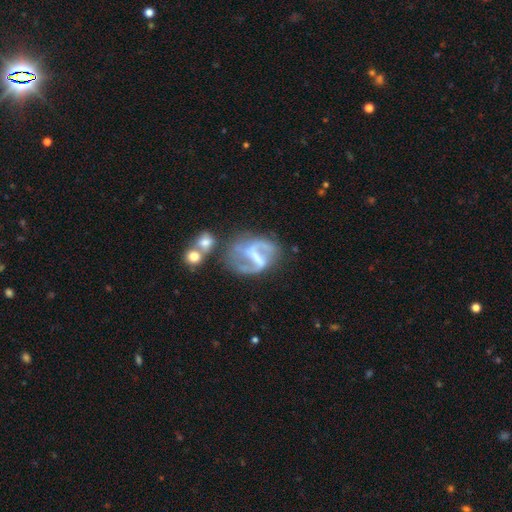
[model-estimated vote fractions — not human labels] Q: Smooth or featured?
A: featured or disk (82%); runner-up: smooth (11%)
Q: Edge-on disk?
A: no (97%); runner-up: yes (3%)
Q: Bar?
A: strong (51%); runner-up: weak (35%)
Q: Spiral arms?
A: yes (85%); runner-up: no (15%)
Q: Spiral winding?
A: loose (50%); runner-up: medium (38%)
Q: Spiral arm count?
A: 2 (81%); runner-up: can't tell (8%)
Q: Bulge size?
A: none (46%); runner-up: small (27%)
Q: Merging?
A: none (45%); runner-up: major disturbance (22%)